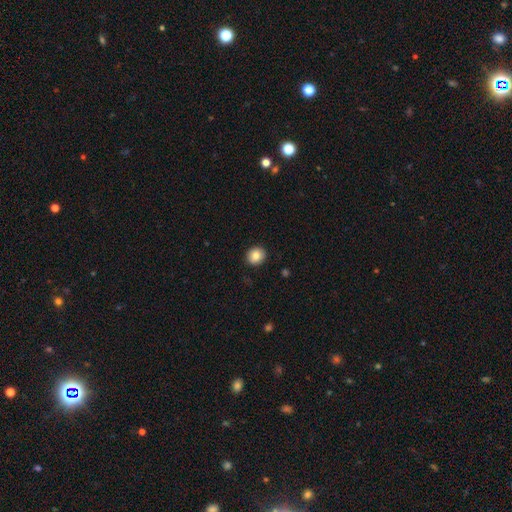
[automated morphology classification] Smooth or featured?
  - smooth: 85% *
  - star or artifact: 9%
  - featured or disk: 6%
How rounded?
  - round: 82% *
  - in between: 17%
  - cigar-shaped: 1%
Merging?
  - none: 91% *
  - minor disturbance: 6%
  - major disturbance: 2%
  - merger: 1%